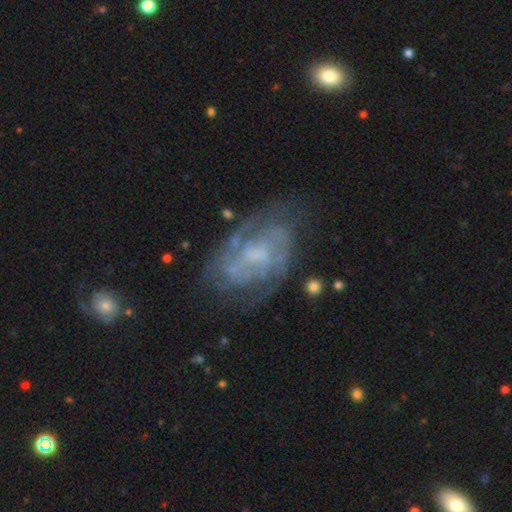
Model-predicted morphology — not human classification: Smooth or featured? Predicted: featured or disk (p=0.80). Edge-on disk? Predicted: no (p=0.96). Bar? Predicted: no (p=0.50). Spiral arms? Predicted: yes (p=0.85). Spiral winding? Predicted: tight (p=0.46). Spiral arm count? Predicted: 2 (p=0.40). Bulge size? Predicted: none (p=0.37). Merging? Predicted: none (p=0.64).